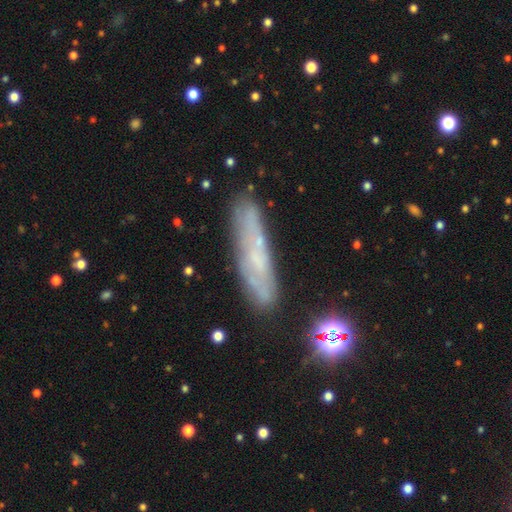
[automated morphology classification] The model was most divided on "edge-on disk": no: 51%, yes: 49%. More confident: merging — none (80%); smooth or featured — featured or disk (52%).